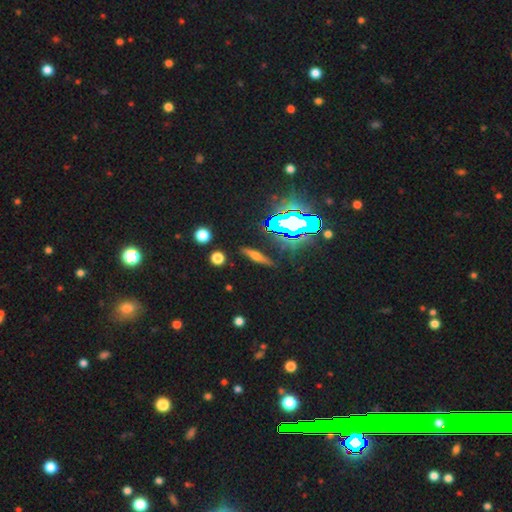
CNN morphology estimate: Smooth or featured? featured or disk (42%)
Merging? none (85%)